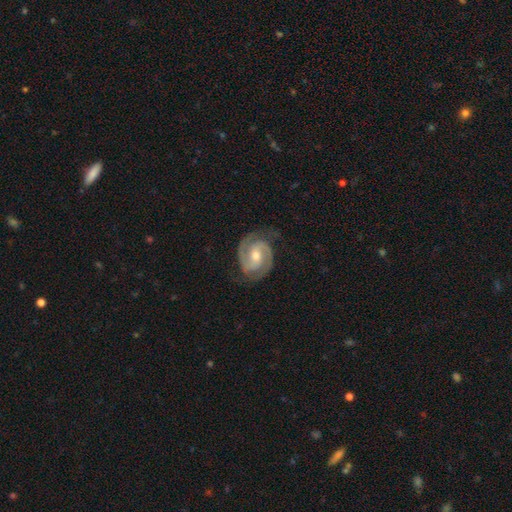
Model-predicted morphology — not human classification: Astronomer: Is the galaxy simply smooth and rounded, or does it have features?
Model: featured or disk — 92%.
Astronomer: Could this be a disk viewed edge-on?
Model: no — 98%.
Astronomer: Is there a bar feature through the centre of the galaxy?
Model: no — 42% (runner-up: weak, 40%).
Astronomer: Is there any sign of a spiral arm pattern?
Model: yes — 98%.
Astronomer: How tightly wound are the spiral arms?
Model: tight — 53% (runner-up: medium, 41%).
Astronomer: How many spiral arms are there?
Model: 2 — 92%.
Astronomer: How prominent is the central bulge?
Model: moderate — 59% (runner-up: small, 37%).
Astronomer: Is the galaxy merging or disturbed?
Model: none — 80%.